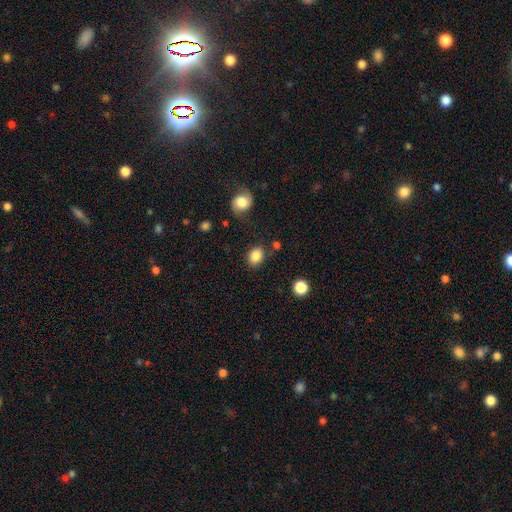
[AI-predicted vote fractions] Smooth or featured? Predicted: smooth (p=0.86). How rounded? Predicted: round (p=0.52). Merging? Predicted: none (p=0.81).